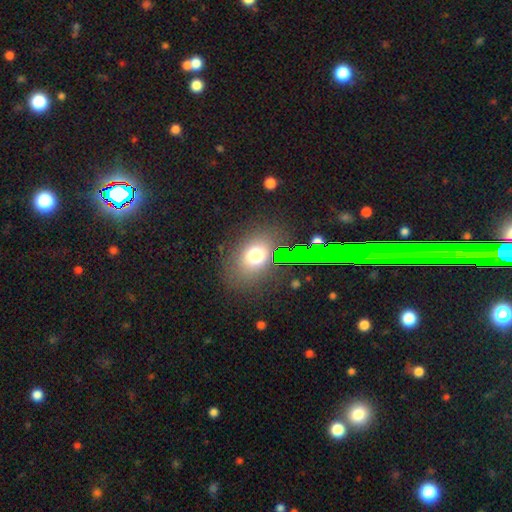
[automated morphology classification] Smooth or featured? Predicted: smooth (p=0.70). How rounded? Predicted: in between (p=0.64). Merging? Predicted: none (p=0.74).